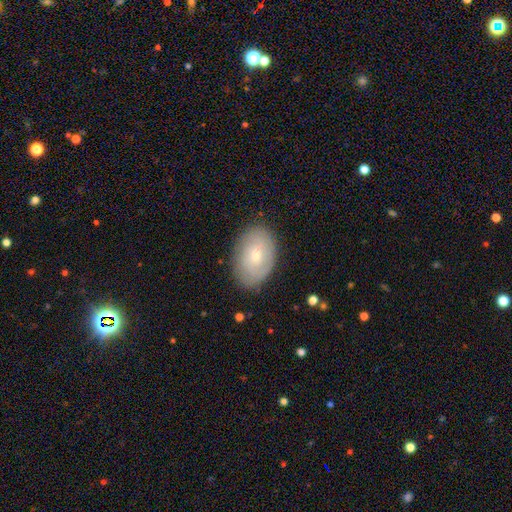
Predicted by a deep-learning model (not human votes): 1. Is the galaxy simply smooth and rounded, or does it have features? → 51% smooth, 42% featured or disk, 7% star or artifact.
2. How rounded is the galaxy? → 87% in between, 11% round, 1% cigar-shaped.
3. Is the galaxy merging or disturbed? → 83% none, 13% minor disturbance, 3% major disturbance, 1% merger.